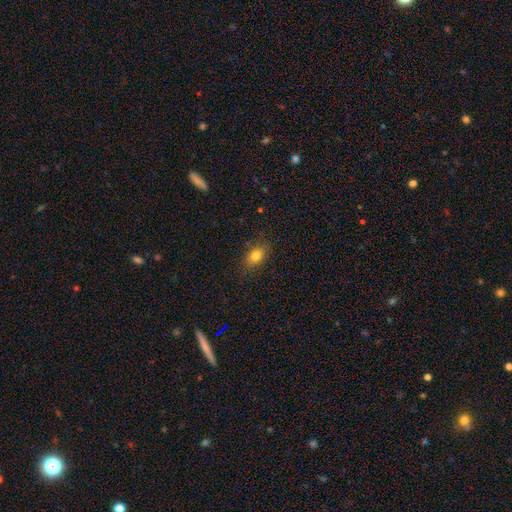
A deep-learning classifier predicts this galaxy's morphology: A smooth galaxy with no disk features (80%) that is in between round and cigar-shaped (79%).

Vote fractions:
- Smooth or featured? smooth: 80% / star or artifact: 10% / featured or disk: 10%
- How rounded? in between: 79% / round: 19% / cigar-shaped: 2%
- Merging? none: 83% / minor disturbance: 13% / major disturbance: 3% / merger: 1%